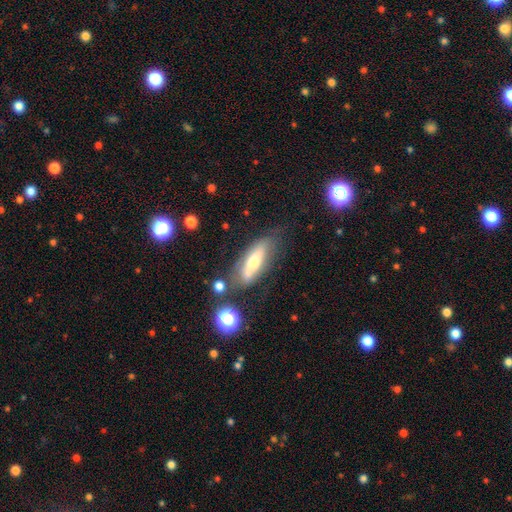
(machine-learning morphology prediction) The model was most divided on "smooth or featured": smooth: 47%, featured or disk: 44%, star or artifact: 9%. More confident: merging — none (67%).